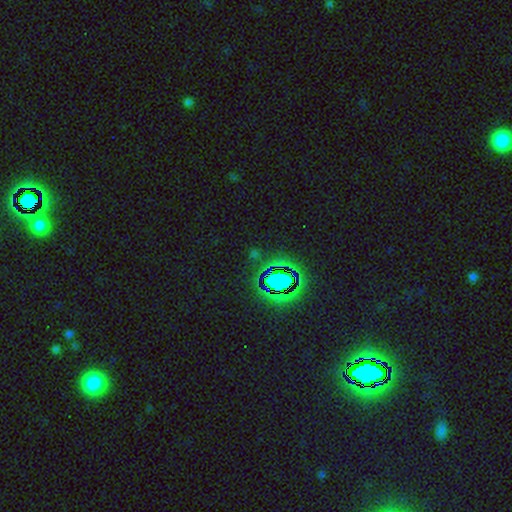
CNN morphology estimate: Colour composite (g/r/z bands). It shows a star or artifact, not a galaxy (71%).